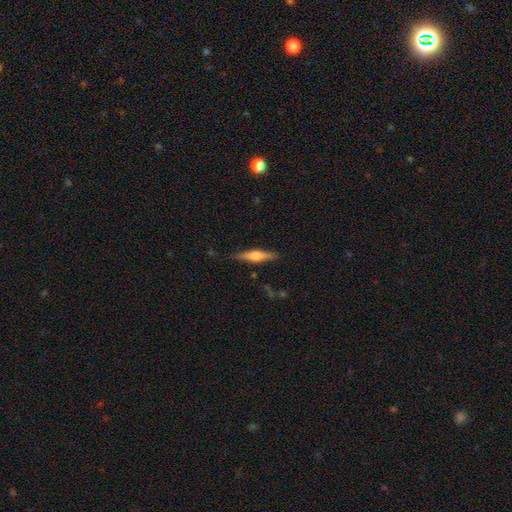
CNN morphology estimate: Q: Smooth or featured?
A: featured or disk (58%); runner-up: smooth (36%)
Q: Edge-on disk?
A: yes (96%); runner-up: no (4%)
Q: Edge-on bulge?
A: rounded (88%); runner-up: boxy (8%)
Q: Merging?
A: none (84%); runner-up: minor disturbance (12%)